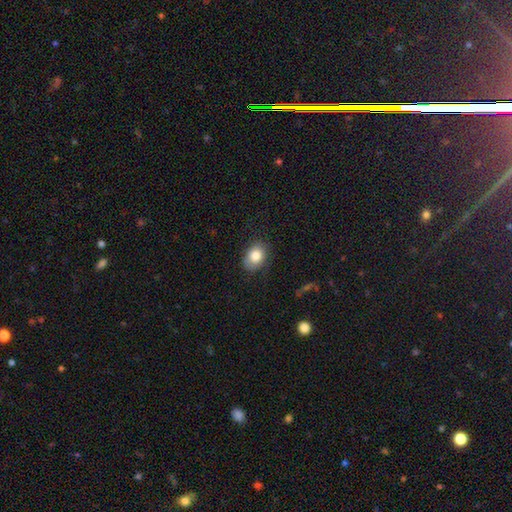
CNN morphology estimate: Smooth or featured? smooth (82%)
How rounded? in between (71%)
Merging? none (78%)